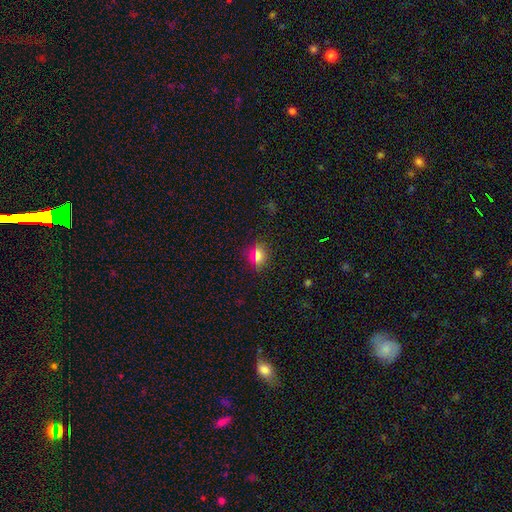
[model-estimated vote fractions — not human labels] smooth 69%, star or artifact 22%, featured or disk 9%. Down the decision tree: how rounded — round (59%); merging — none (87%).